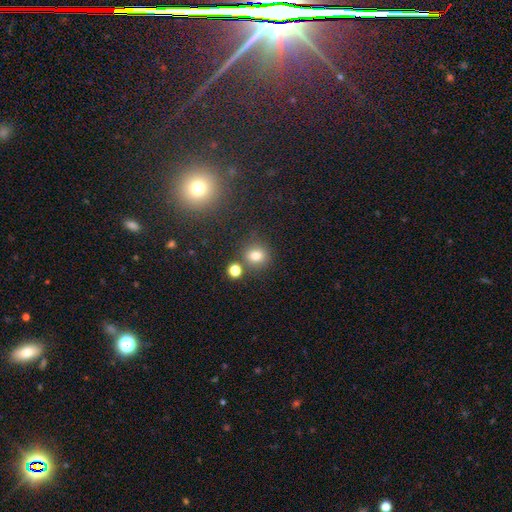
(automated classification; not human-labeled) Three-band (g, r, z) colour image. It shows a smooth galaxy with no disk features (77%) that is round (77%). Merging: none (75%).